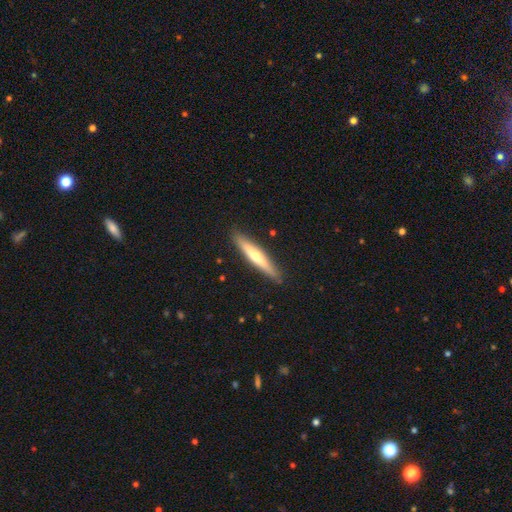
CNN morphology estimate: Q: Smooth or featured?
A: featured or disk (54%); runner-up: smooth (41%)
Q: Edge-on disk?
A: yes (94%); runner-up: no (6%)
Q: Edge-on bulge?
A: rounded (80%); runner-up: none (17%)
Q: Merging?
A: none (90%); runner-up: minor disturbance (7%)